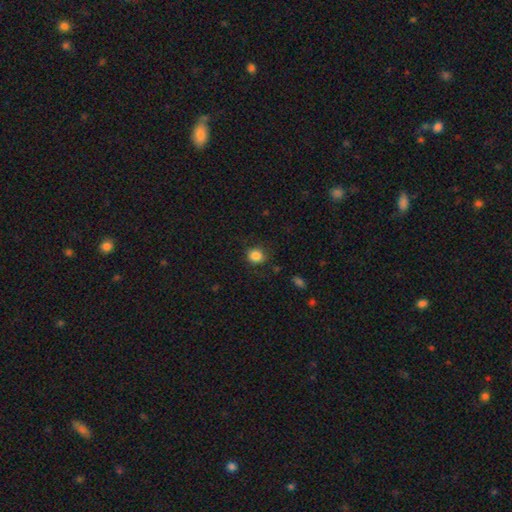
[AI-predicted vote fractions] smooth-or-featured: smooth: 85% | star or artifact: 10% | featured or disk: 5%
  how-rounded: round: 83% | in between: 16% | cigar-shaped: 1%
  merging: none: 82% | minor disturbance: 13% | major disturbance: 4% | merger: 1%